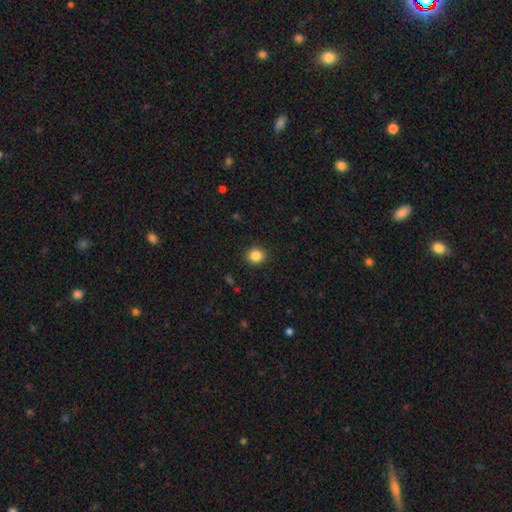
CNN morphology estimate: This is clearly a smooth galaxy (86%). How rounded: clearly round (82%). Merging: clearly none (91%).